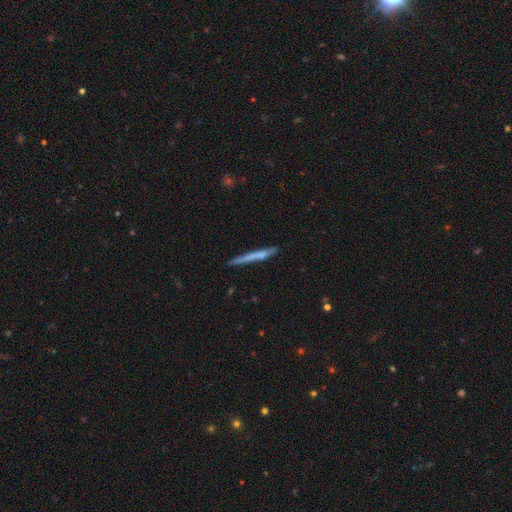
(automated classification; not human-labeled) smooth_or_featured: smooth (p=0.54) [alt: featured or disk p=0.40]
how_rounded: cigar-shaped (p=0.96) [alt: in between p=0.02]
merging: none (p=0.80) [alt: minor disturbance p=0.15]